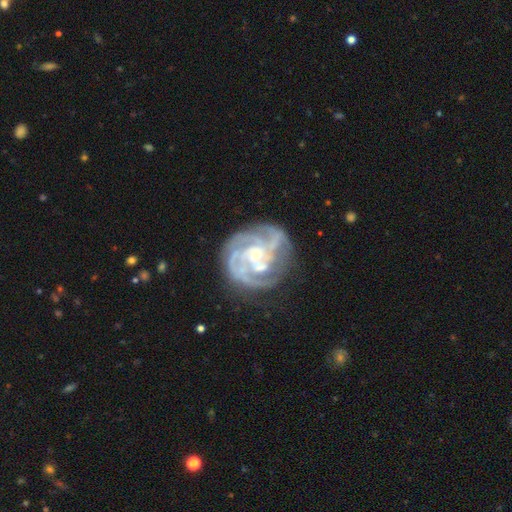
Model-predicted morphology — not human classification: A featured or disk galaxy (88%) with no bar (67%), 3 (34%) tight (63%) spiral arms (97%) and a small central bulge (70%).

Vote fractions:
- Smooth or featured? featured or disk: 88% / smooth: 6% / star or artifact: 6%
- Edge-on disk? no: 98% / yes: 2%
- Bar? no: 67% / weak: 25% / strong: 8%
- Spiral arms? yes: 97% / no: 3%
- Spiral winding? tight: 63% / medium: 31% / loose: 6%
- Spiral arm count? 3: 34% / 4: 25% / can't tell: 16% / 2: 11% / more than 4: 8% / 1: 6%
- Bulge size? small: 70% / moderate: 22% / none: 5% / large: 2% / dominant: 1%
- Merging? none: 69% / minor disturbance: 18% / major disturbance: 9% / merger: 4%